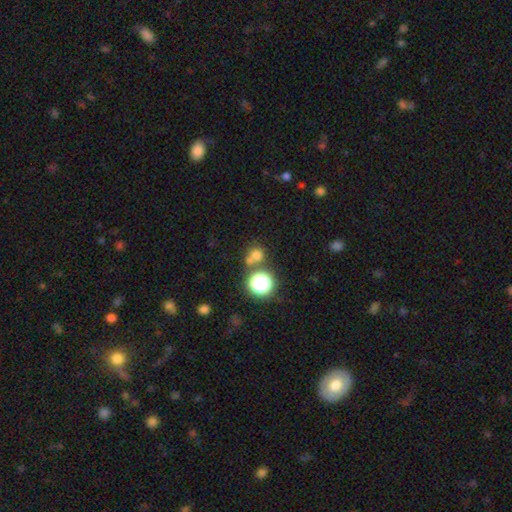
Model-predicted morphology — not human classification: The model was most divided on "merging": none: 57%, merger: 29%, minor disturbance: 9%, major disturbance: 4%. More confident: how rounded — round (86%); smooth or featured — smooth (68%).